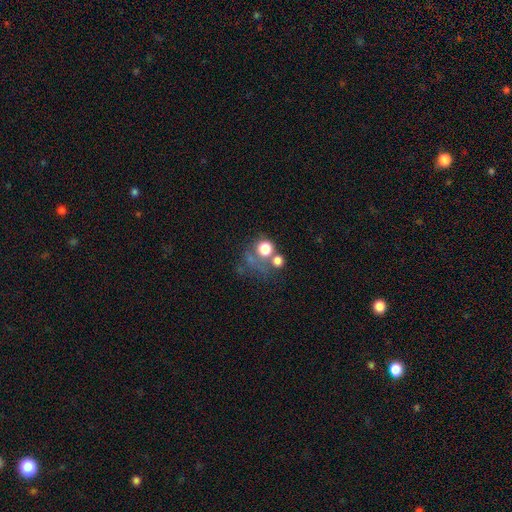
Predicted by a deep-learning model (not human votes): smooth-or-featured: smooth: 55% | star or artifact: 28% | featured or disk: 17%
  how-rounded: round: 85% | in between: 14% | cigar-shaped: 1%
  merging: none: 46% | merger: 28% | major disturbance: 15% | minor disturbance: 11%